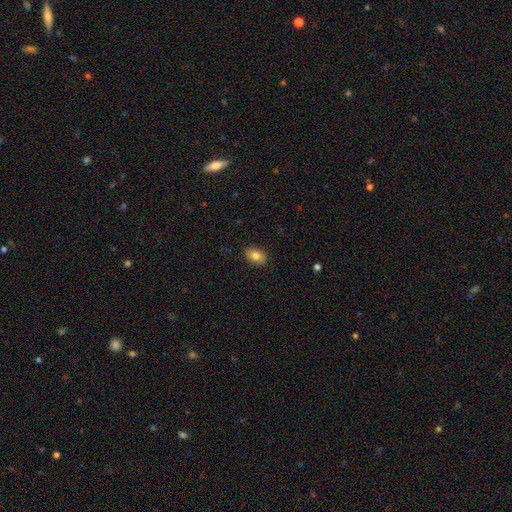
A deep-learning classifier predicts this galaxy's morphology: A smooth galaxy with no disk features (80%) that is in between round and cigar-shaped (82%). Merging: none (87%).